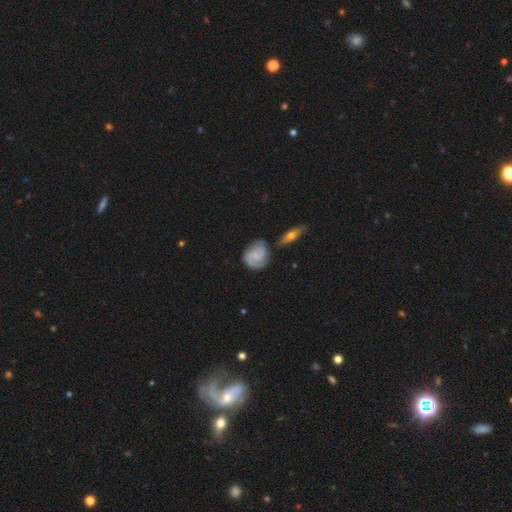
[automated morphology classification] Q: Smooth or featured?
A: featured or disk (67%); runner-up: smooth (27%)
Q: Edge-on disk?
A: no (97%); runner-up: yes (3%)
Q: Bar?
A: no (52%); runner-up: weak (41%)
Q: Spiral arms?
A: yes (92%); runner-up: no (8%)
Q: Spiral winding?
A: medium (45%); runner-up: tight (37%)
Q: Spiral arm count?
A: 2 (77%); runner-up: can't tell (10%)
Q: Bulge size?
A: small (52%); runner-up: none (29%)
Q: Merging?
A: none (67%); runner-up: minor disturbance (20%)